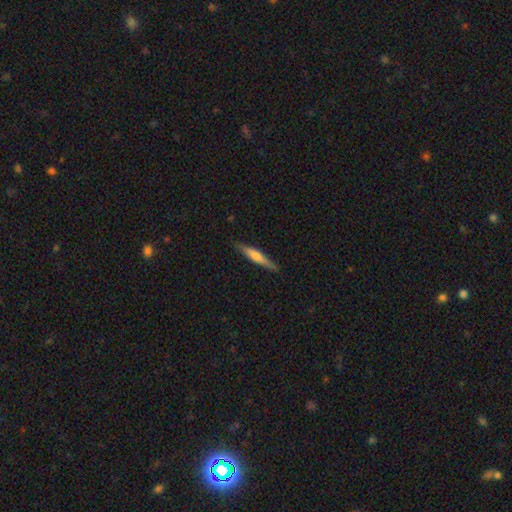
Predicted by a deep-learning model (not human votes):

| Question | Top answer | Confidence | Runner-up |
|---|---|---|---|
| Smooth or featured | smooth | 51% | featured or disk (44%) |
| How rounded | cigar-shaped | 92% | in between (7%) |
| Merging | none | 87% | minor disturbance (10%) |